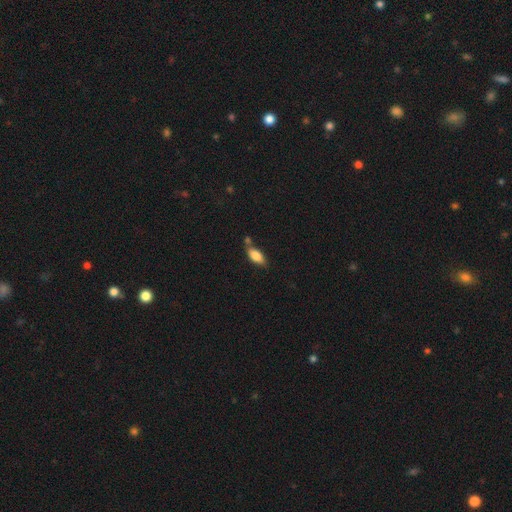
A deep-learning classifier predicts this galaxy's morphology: A smooth galaxy with no disk features (81%) that is in between round and cigar-shaped (85%). Merging: none (61%).